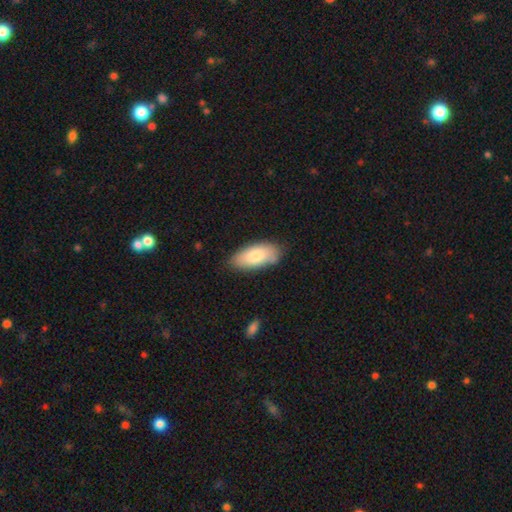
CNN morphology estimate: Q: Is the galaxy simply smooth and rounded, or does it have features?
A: smooth — 81%.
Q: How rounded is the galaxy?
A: in between — 90%.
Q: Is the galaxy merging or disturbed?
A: none — 76%.